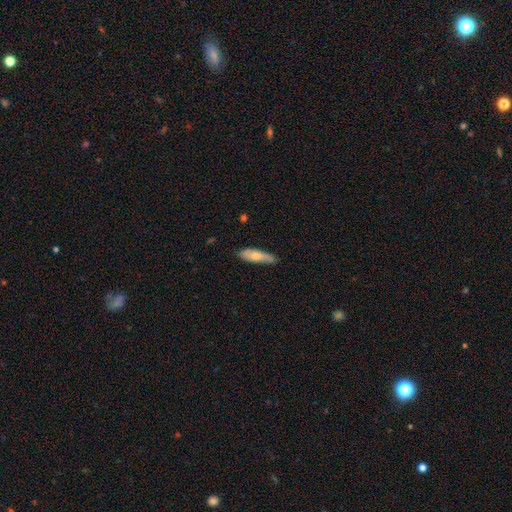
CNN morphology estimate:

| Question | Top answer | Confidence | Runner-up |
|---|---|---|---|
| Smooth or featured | smooth | 66% | featured or disk (28%) |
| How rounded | cigar-shaped | 55% | in between (43%) |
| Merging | none | 72% | minor disturbance (23%) |